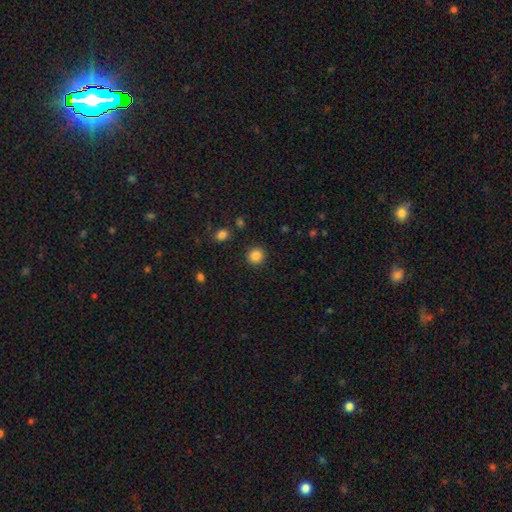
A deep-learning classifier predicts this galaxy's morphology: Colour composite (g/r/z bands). It shows a smooth galaxy with no disk features (86%) that is round (91%). Merging: none (91%).